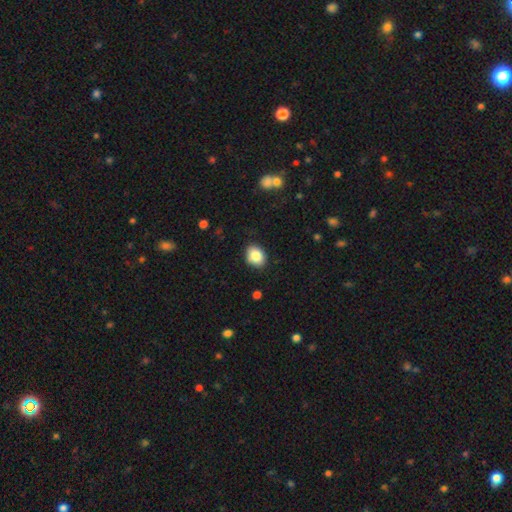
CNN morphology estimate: A smooth galaxy with no disk features (85%) that is in between round and cigar-shaped (56%). Merging: none (86%).